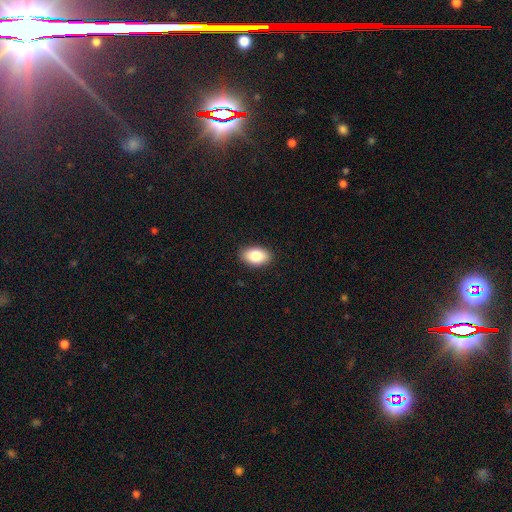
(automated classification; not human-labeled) This is clearly a smooth galaxy (84%). How rounded: clearly in between (90%). Merging: clearly none (90%).